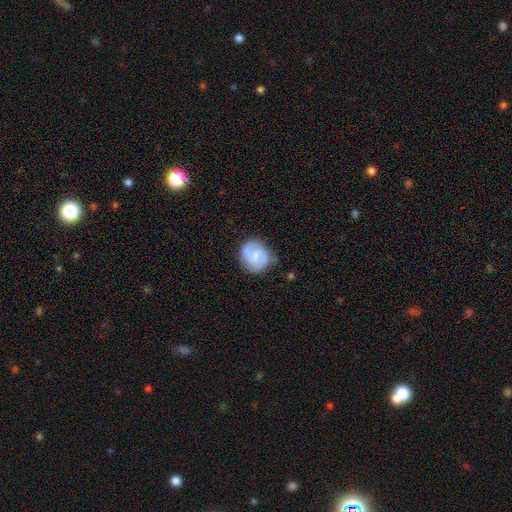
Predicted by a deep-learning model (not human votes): This is possibly a featured or disk galaxy (52%). It is clearly not viewed edge-on (98%). Bar: possibly no (46%). Spiral arm pattern: likely yes (76%). Central bulge: possibly small (47%). Merging: likely none (65%).